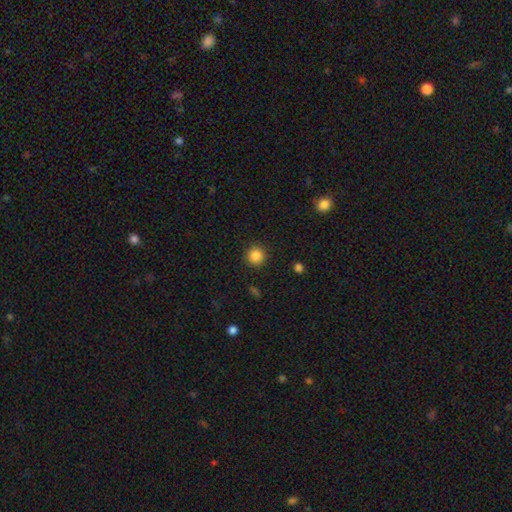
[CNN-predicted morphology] A smooth galaxy with no disk features (85%) that is round (94%). Merging: none (91%).